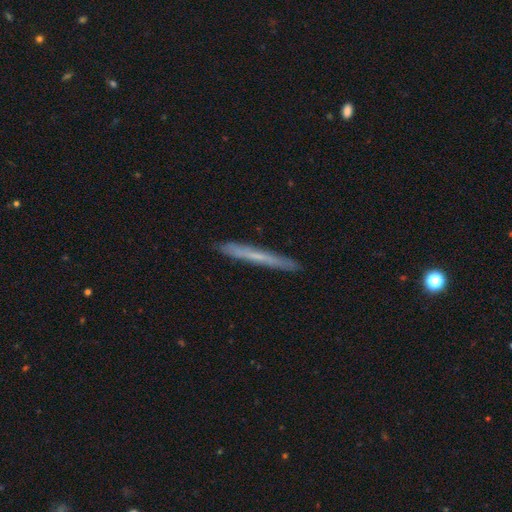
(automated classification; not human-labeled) Overall: smooth (49%; featured or disk 44%). Merging: none (90%).